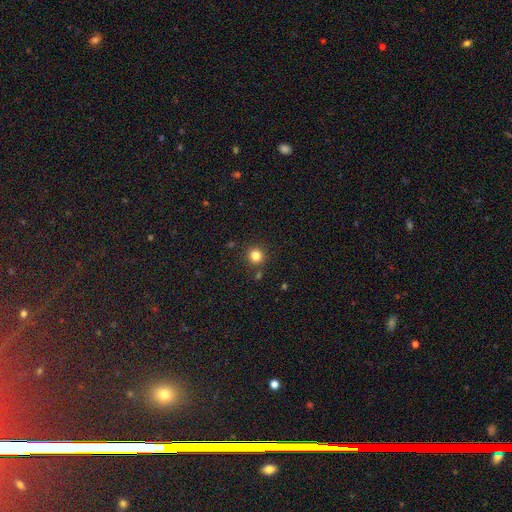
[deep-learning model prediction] Overall: smooth (82%). How rounded: round (93%). Merging: none (87%).